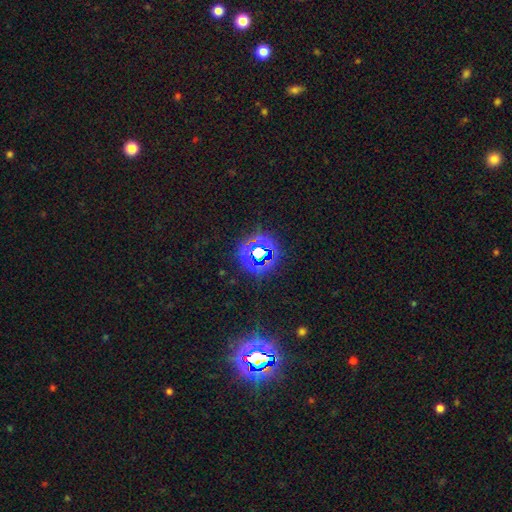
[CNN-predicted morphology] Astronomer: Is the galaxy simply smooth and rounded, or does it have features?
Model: star or artifact — 72%.